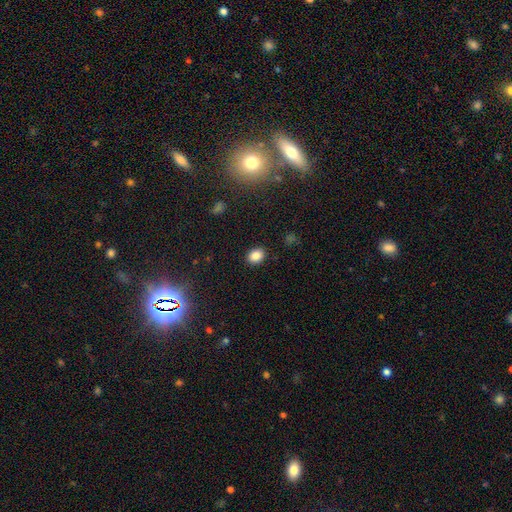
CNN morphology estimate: This appears to be a smooth galaxy with no disk features (86%) that is in between round and cigar-shaped (53%). Merging: none (89%).